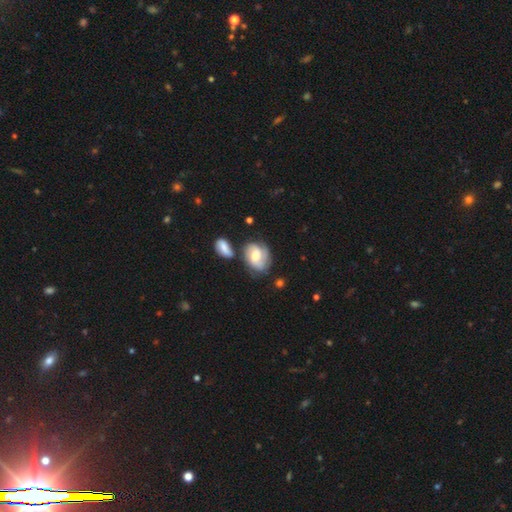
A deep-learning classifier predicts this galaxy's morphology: Smooth or featured: featured or disk — 62% (smooth — 31%)
Edge-on disk: no — 97% (yes — 3%)
Bar: no — 49% (weak — 42%)
Spiral arms: yes — 89% (no — 11%)
Spiral winding: tight — 45% (medium — 39%)
Spiral arm count: 2 — 53% (can't tell — 22%)
Bulge size: moderate — 60% (small — 19%)
Merging: none — 56% (minor disturbance — 21%)